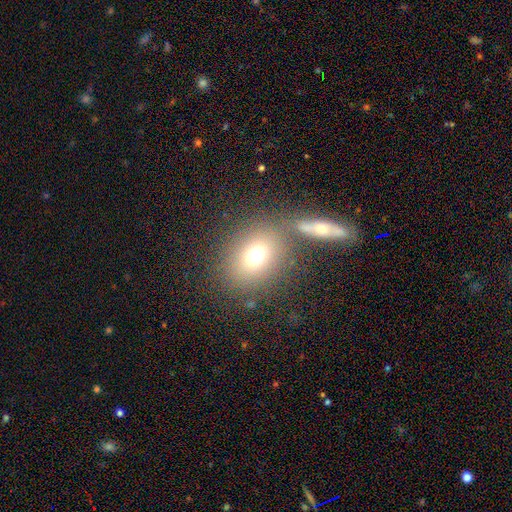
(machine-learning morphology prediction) Smooth or featured? Predicted: smooth (p=0.71). How rounded? Predicted: in between (p=0.55). Merging? Predicted: none (p=0.62).